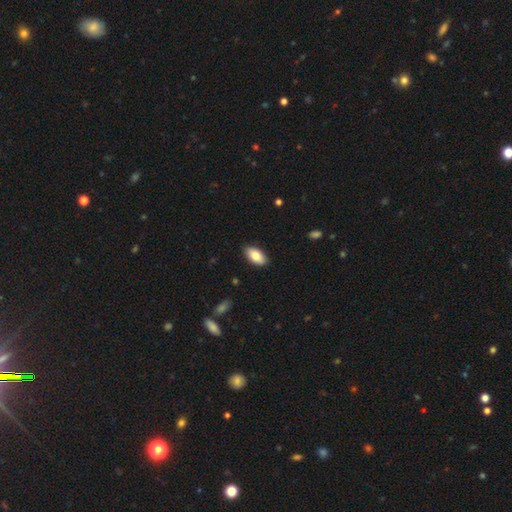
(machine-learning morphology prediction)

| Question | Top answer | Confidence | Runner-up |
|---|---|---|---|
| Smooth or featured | smooth | 81% | featured or disk (12%) |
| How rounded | in between | 94% | cigar-shaped (4%) |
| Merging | none | 88% | minor disturbance (9%) |